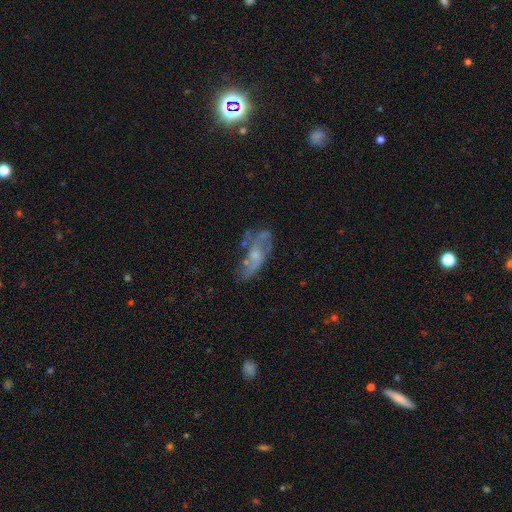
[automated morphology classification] This appears to be a featured or disk galaxy (59%) with no bar (76%), spiral arms (52%) and a small central bulge (44%). Merging: none (45%).